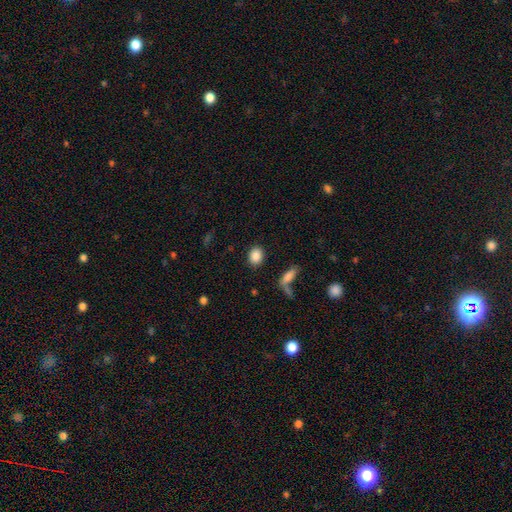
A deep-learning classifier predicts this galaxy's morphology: Overall: smooth (87%). How rounded: in between (54%; round 45%). Merging: none (86%).